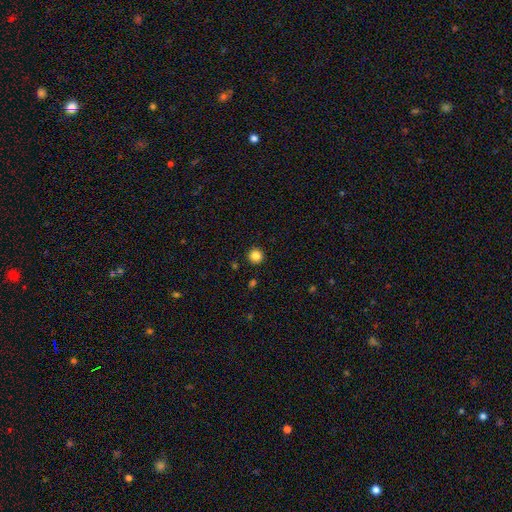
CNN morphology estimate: Smooth or featured? smooth (84%)
How rounded? round (95%)
Merging? none (93%)